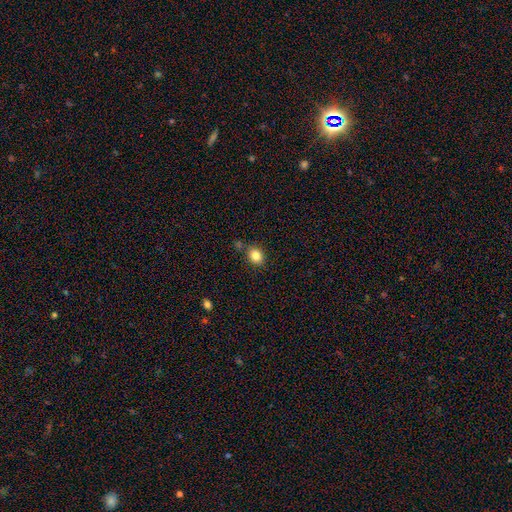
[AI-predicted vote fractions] smooth_or_featured: smooth (p=0.84) [alt: star or artifact p=0.10]
how_rounded: round (p=0.52) [alt: in between p=0.47]
merging: none (p=0.77) [alt: minor disturbance p=0.12]